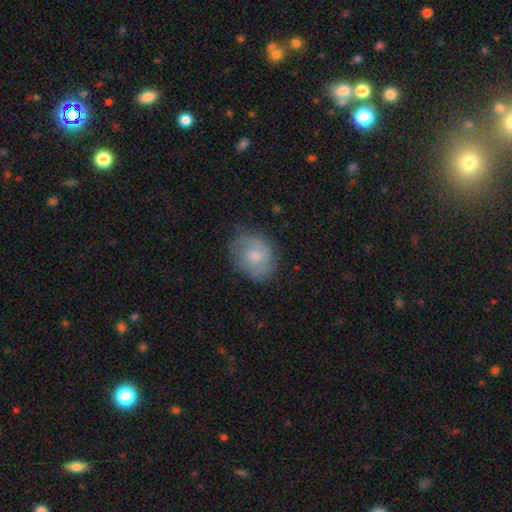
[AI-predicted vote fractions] Overall: smooth (47%; featured or disk 46%). Merging: none (71%).